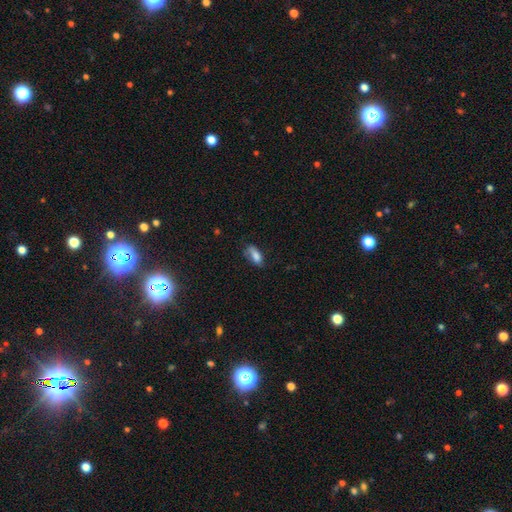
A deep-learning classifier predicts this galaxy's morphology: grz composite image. It shows a smooth galaxy with no disk features (77%) that is in between round and cigar-shaped (79%). Merging: none (53%).